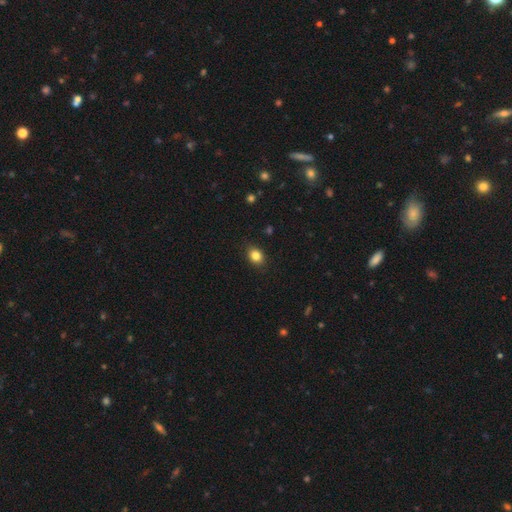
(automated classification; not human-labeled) smooth_or_featured: smooth (p=0.85) [alt: star or artifact p=0.10]
how_rounded: in between (p=0.63) [alt: round p=0.36]
merging: none (p=0.88) [alt: minor disturbance p=0.09]